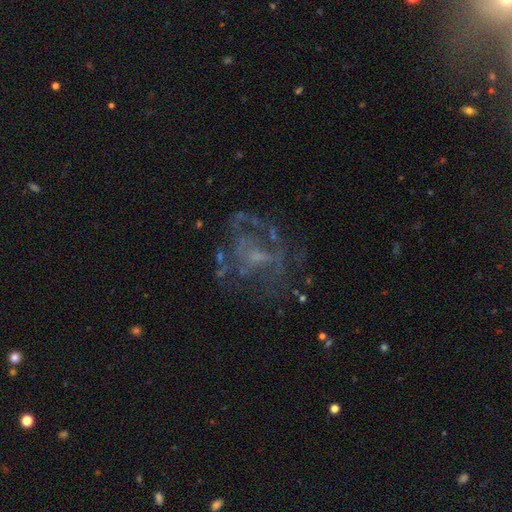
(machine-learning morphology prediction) Smooth or featured? featured or disk (68%)
Edge-on disk? no (97%)
Bar? no (70%)
Spiral arms? no (62%)
Bulge size? small (42%)
Merging? none (54%)